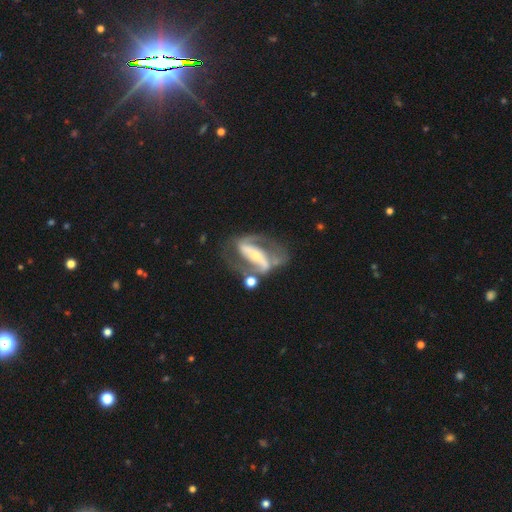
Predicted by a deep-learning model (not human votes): Smooth or featured? featured or disk (87%)
Edge-on disk? no (93%)
Bar? strong (69%)
Spiral arms? yes (89%)
Spiral winding? medium (46%)
Spiral arm count? 2 (88%)
Bulge size? small (58%)
Merging? none (59%)